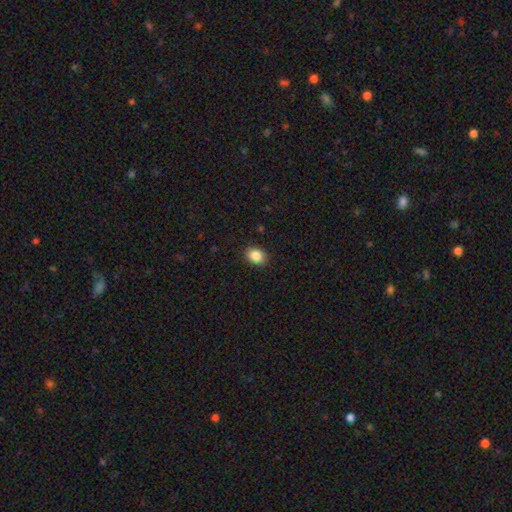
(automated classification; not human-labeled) The model was most divided on "how rounded": in between: 63%, round: 36%, cigar-shaped: 1%. More confident: merging — none (88%); smooth or featured — smooth (86%).